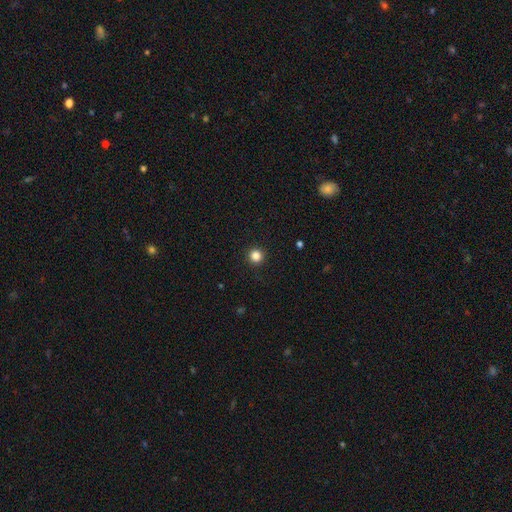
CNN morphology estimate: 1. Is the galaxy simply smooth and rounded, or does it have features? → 85% smooth, 12% star or artifact, 4% featured or disk.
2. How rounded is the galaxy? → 96% round, 3% in between, 1% cigar-shaped.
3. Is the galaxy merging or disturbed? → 93% none, 4% minor disturbance, 2% major disturbance, 1% merger.